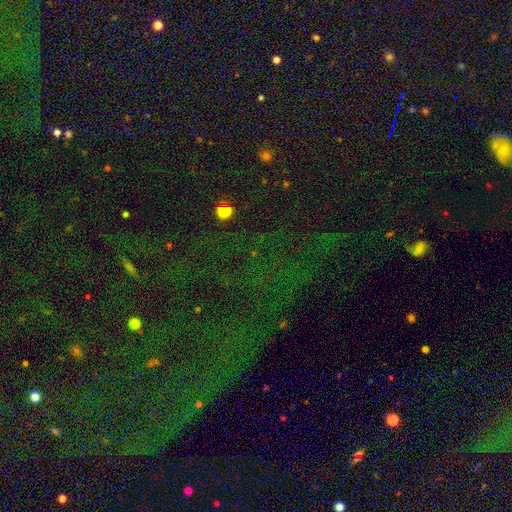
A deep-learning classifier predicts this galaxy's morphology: Smooth or featured?
  - star or artifact: 78% *
  - smooth: 13%
  - featured or disk: 9%